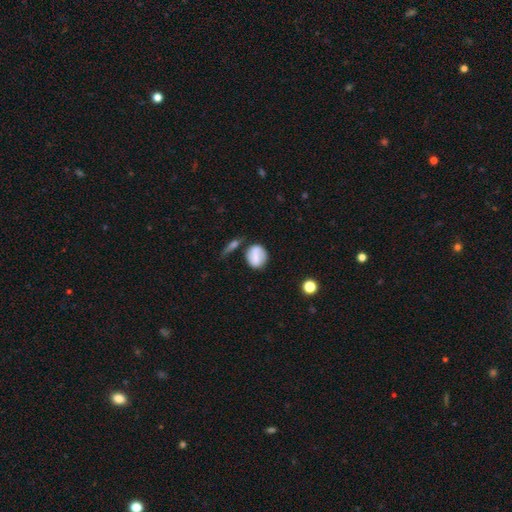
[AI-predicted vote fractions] A smooth galaxy with no disk features (68%) that is round (60%). Merging: none (54%).